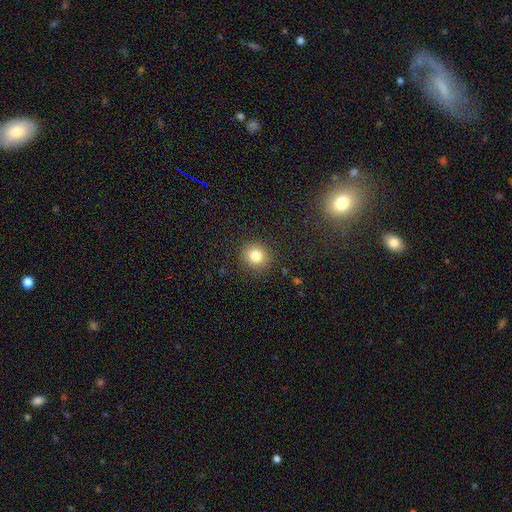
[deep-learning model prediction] A smooth galaxy with no disk features (82%) that is round (89%).

Vote fractions:
- Smooth or featured? smooth: 82% / star or artifact: 11% / featured or disk: 7%
- How rounded? round: 89% / in between: 10% / cigar-shaped: 1%
- Merging? none: 89% / minor disturbance: 7% / major disturbance: 3% / merger: 1%